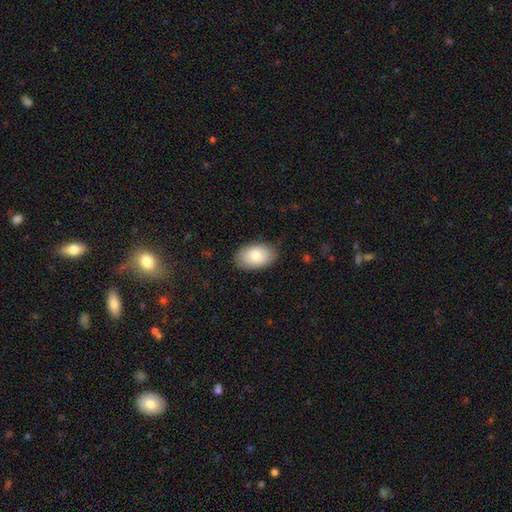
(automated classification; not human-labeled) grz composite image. It shows a smooth galaxy with no disk features (80%) that is in between round and cigar-shaped (90%). Merging: none (82%).